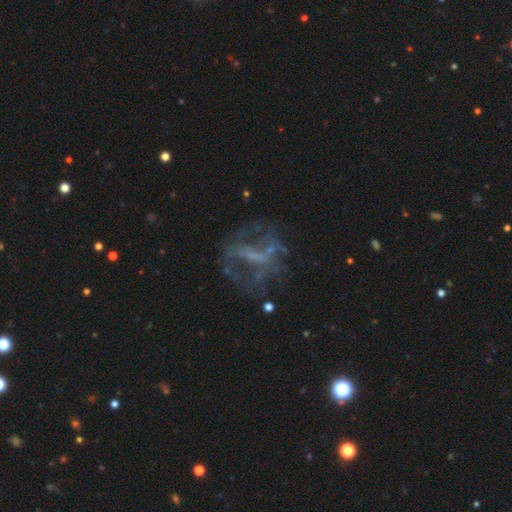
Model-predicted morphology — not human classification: type=featured or disk (63%); edge-on=no (93%); bar=no (40%); spiral arms=no (62%); bulge=none (61%); merging=none (53%).